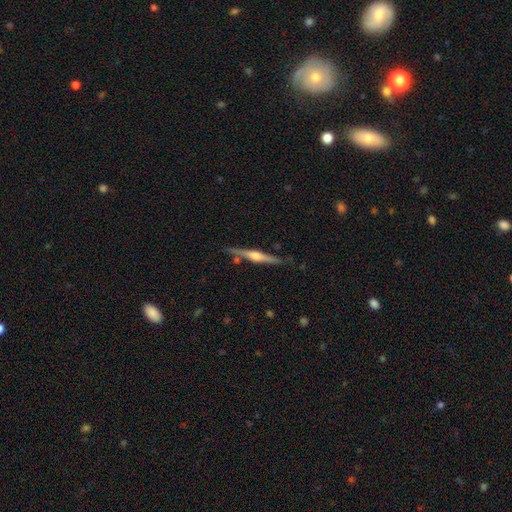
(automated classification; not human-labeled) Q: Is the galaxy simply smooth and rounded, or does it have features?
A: featured or disk — 77%.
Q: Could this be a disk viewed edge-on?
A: yes — 98%.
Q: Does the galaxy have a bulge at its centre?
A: rounded — 88%.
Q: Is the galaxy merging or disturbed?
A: none — 82%.